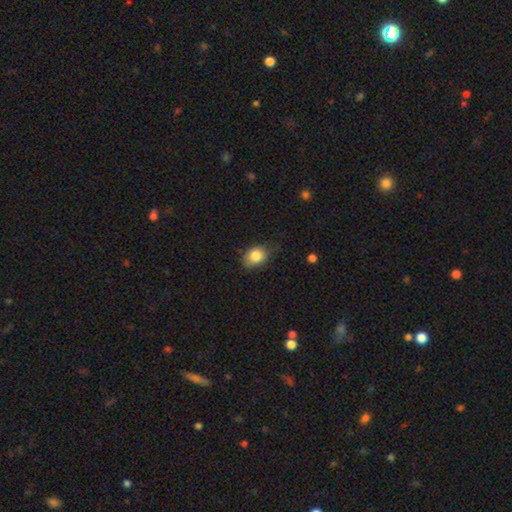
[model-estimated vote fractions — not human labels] Morphology: type=smooth (84%); roundness=in between (72%); merging=none (70%).